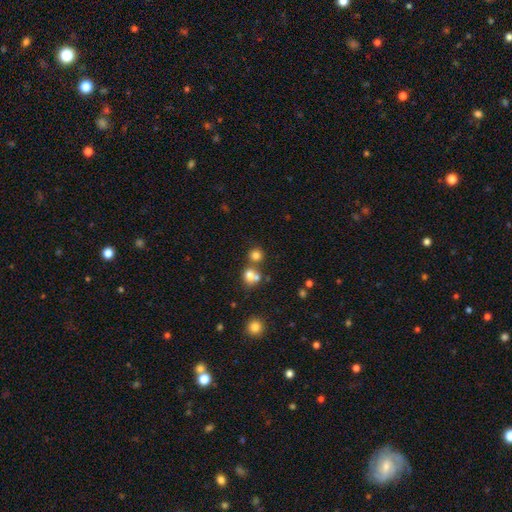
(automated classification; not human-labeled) The model was most divided on "merging": none: 56%, merger: 34%, minor disturbance: 7%, major disturbance: 3%. More confident: how rounded — round (87%); smooth or featured — smooth (76%).